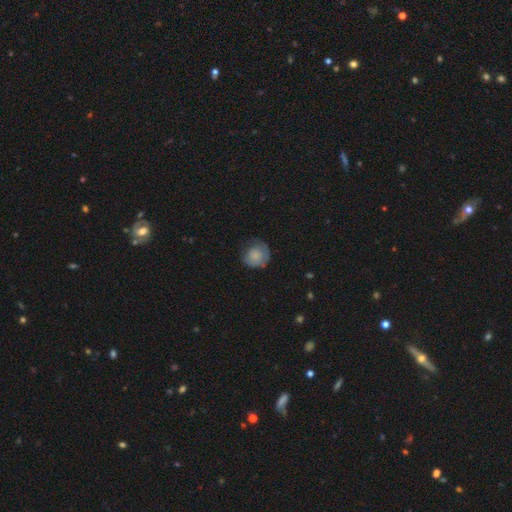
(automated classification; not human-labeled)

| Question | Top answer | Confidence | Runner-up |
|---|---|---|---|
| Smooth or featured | smooth | 72% | featured or disk (20%) |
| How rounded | round | 83% | in between (16%) |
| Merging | none | 55% | minor disturbance (29%) |